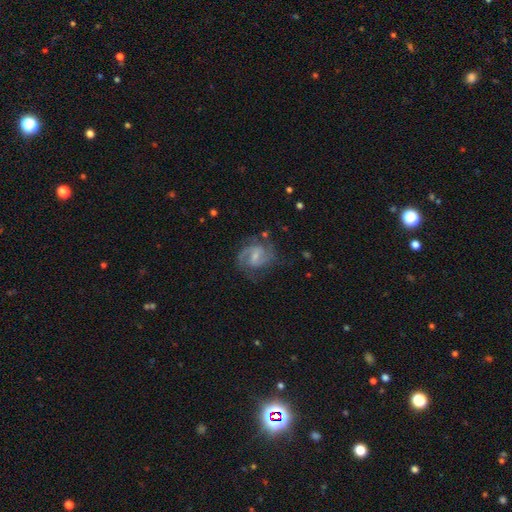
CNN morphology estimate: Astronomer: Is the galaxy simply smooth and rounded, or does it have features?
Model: featured or disk — 84%.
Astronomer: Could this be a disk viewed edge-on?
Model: no — 98%.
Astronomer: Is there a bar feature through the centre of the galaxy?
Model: weak — 58%.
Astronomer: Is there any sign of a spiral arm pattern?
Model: yes — 95%.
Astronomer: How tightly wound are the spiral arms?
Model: medium — 53% (runner-up: tight, 30%).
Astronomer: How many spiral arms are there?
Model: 2 — 74%.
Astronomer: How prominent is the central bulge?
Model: small — 56% (runner-up: moderate, 32%).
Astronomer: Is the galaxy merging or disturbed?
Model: none — 66%.